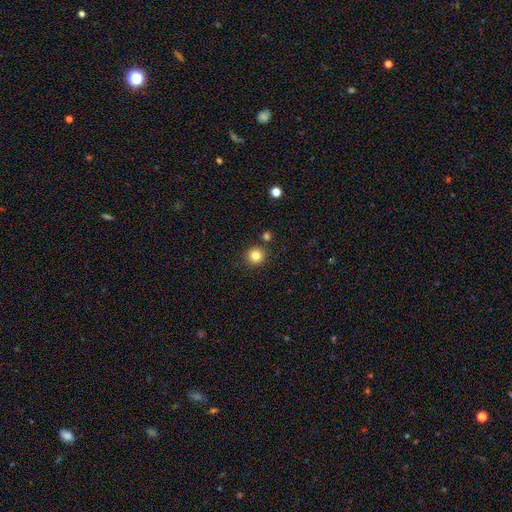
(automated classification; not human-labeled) smooth-or-featured: smooth: 83% | star or artifact: 12% | featured or disk: 5%
  how-rounded: round: 95% | in between: 4% | cigar-shaped: 1%
  merging: none: 86% | minor disturbance: 6% | merger: 5% | major disturbance: 2%